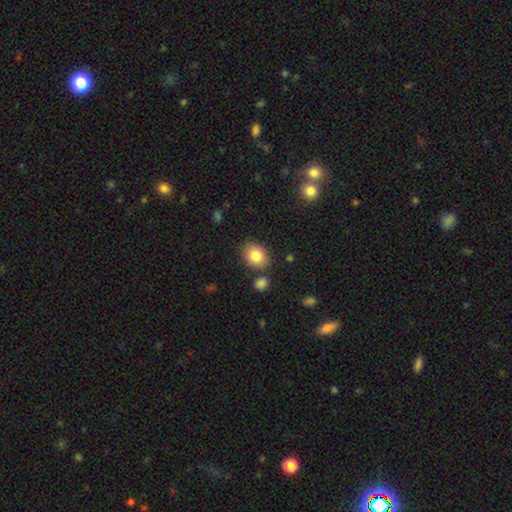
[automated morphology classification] Smooth or featured?
  - smooth: 83% *
  - featured or disk: 9%
  - star or artifact: 8%
How rounded?
  - in between: 61% *
  - round: 38%
  - cigar-shaped: 1%
Merging?
  - none: 81% *
  - minor disturbance: 11%
  - merger: 6%
  - major disturbance: 3%